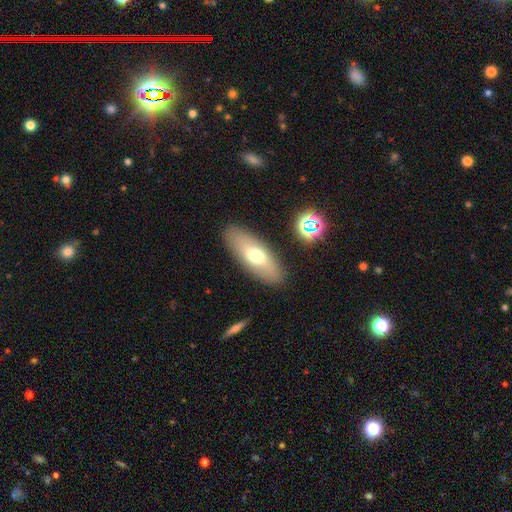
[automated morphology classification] This is likely a smooth galaxy (62%). How rounded: likely in between (75%). Merging: clearly none (87%).